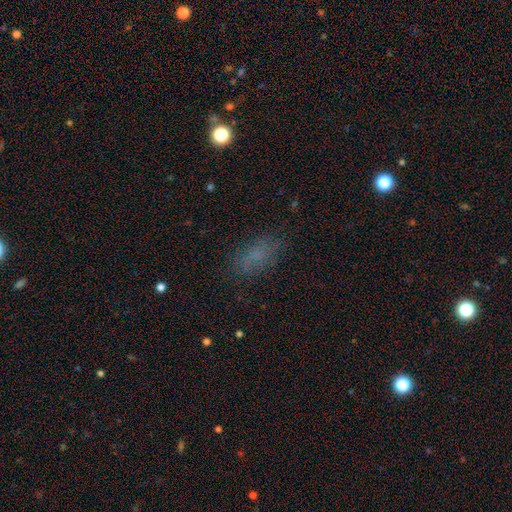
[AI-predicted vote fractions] Overall: smooth (67%). How rounded: in between (83%). Merging: none (71%).